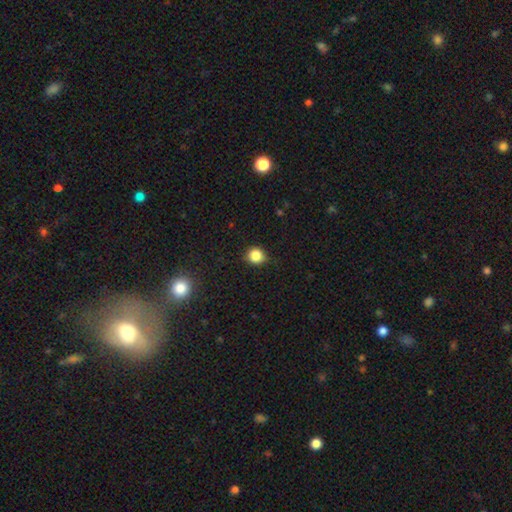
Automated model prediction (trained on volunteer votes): Smooth or featured: smooth — 84% (star or artifact — 12%)
How rounded: round — 86% (in between — 13%)
Merging: none — 84% (minor disturbance — 13%)